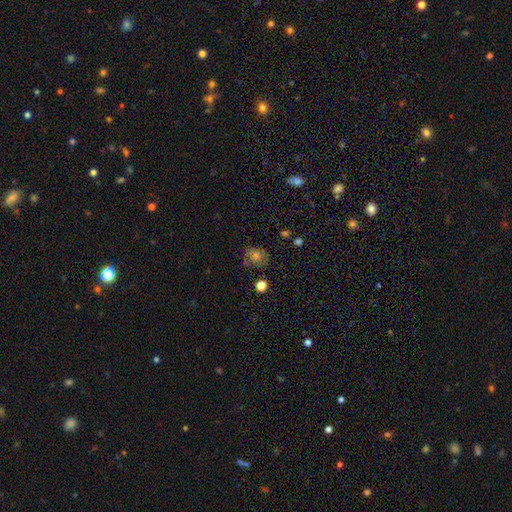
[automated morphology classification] Smooth or featured? Predicted: smooth (p=0.45). Merging? Predicted: none (p=0.69).